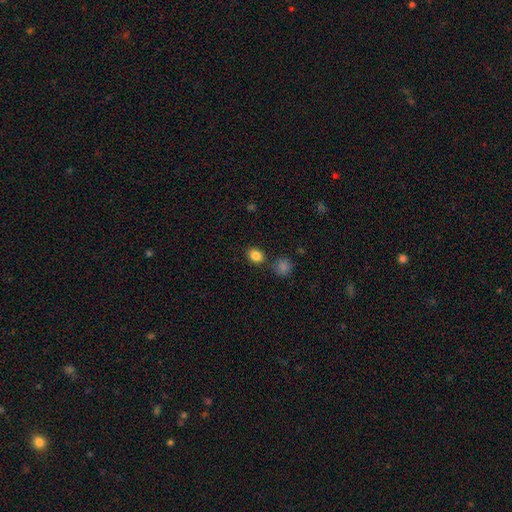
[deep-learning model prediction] Morphology: type=smooth (85%); roundness=in between (54%); merging=none (78%).